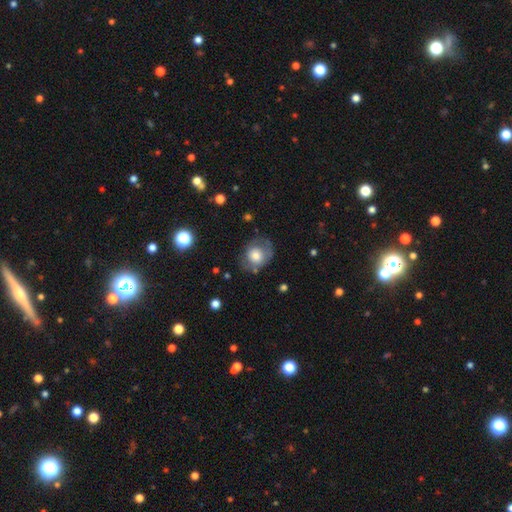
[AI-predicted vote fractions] Smooth or featured? smooth (63%)
How rounded? round (64%)
Merging? none (55%)